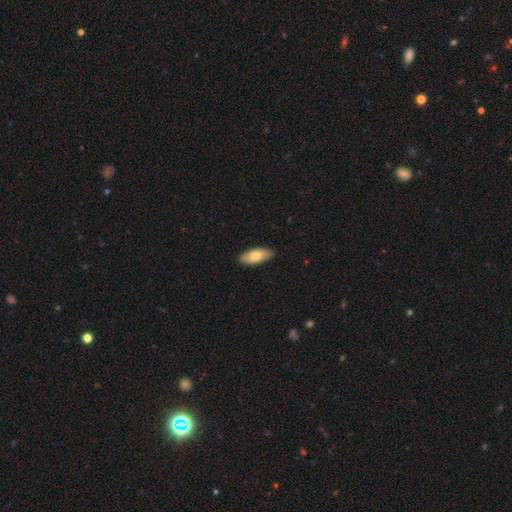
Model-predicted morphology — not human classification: smooth 79%, featured or disk 16%, star or artifact 6%. Down the decision tree: how rounded — in between (87%); merging — none (89%).